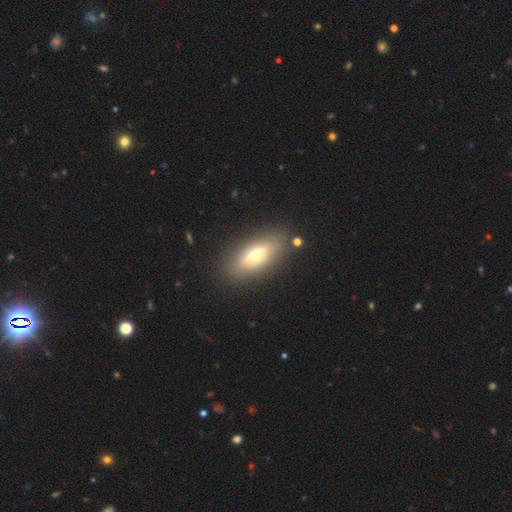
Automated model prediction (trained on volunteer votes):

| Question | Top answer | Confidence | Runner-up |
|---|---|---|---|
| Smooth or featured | smooth | 46% | featured or disk (45%) |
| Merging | none | 83% | minor disturbance (10%) |